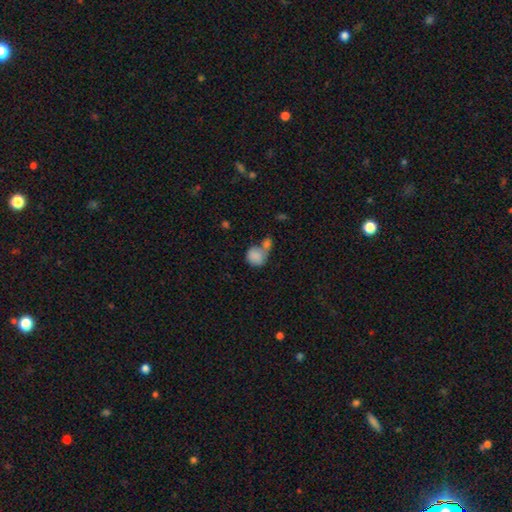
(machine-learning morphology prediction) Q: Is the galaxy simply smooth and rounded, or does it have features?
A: smooth — 83%.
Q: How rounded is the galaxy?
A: round — 73%.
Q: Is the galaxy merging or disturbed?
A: merger — 54%.